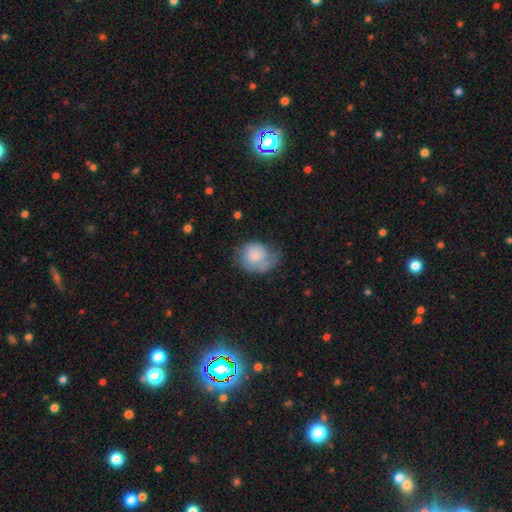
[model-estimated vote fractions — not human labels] This appears to be a smooth galaxy with no disk features (56%) that is round (62%). Merging: none (42%).